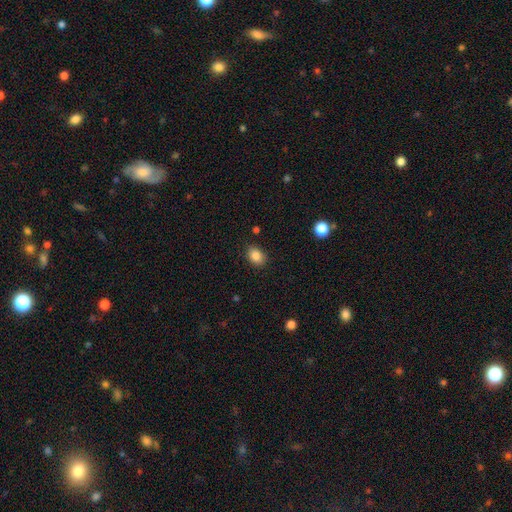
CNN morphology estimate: Overall: smooth (86%). How rounded: in between (68%; round 31%). Merging: none (87%).